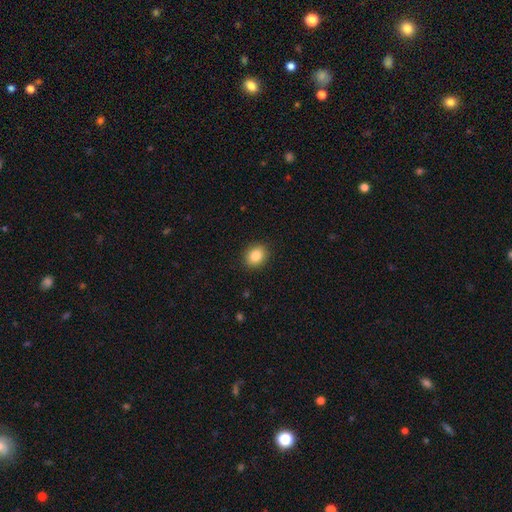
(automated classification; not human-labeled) smooth-or-featured: smooth: 85% | star or artifact: 9% | featured or disk: 6%
  how-rounded: round: 54% | in between: 45% | cigar-shaped: 1%
  merging: none: 90% | minor disturbance: 7% | major disturbance: 2% | merger: 1%